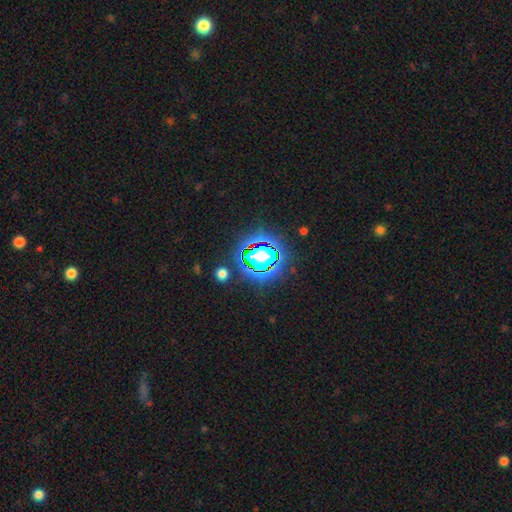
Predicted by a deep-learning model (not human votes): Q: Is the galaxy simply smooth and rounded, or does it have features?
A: star or artifact — 82%.